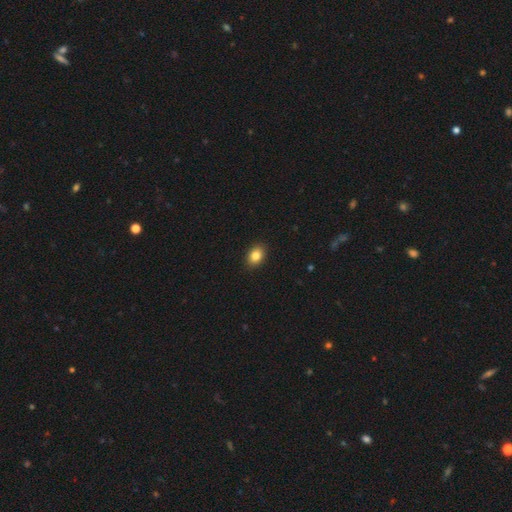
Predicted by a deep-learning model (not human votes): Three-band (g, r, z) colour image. It shows a smooth galaxy with no disk features (85%) that is in between round and cigar-shaped (72%). Merging: none (90%).